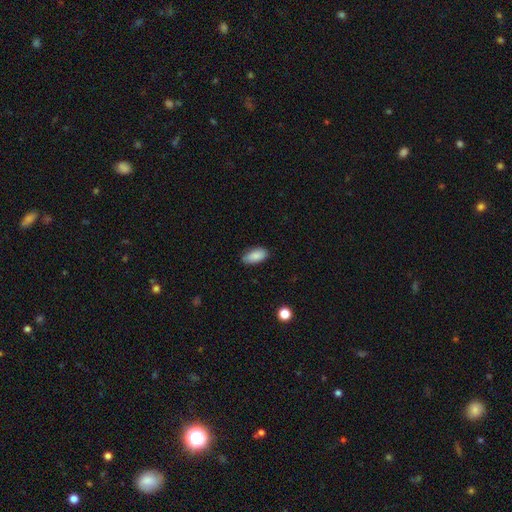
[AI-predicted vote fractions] Q: Smooth or featured?
A: smooth (87%); runner-up: star or artifact (7%)
Q: How rounded?
A: in between (91%); runner-up: cigar-shaped (7%)
Q: Merging?
A: none (82%); runner-up: minor disturbance (14%)